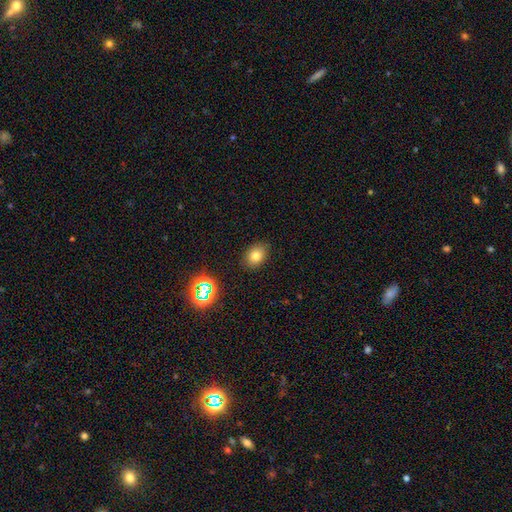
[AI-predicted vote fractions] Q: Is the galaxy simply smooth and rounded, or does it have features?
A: smooth — 76%.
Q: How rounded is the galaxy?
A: in between — 64%.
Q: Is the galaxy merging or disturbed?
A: none — 85%.